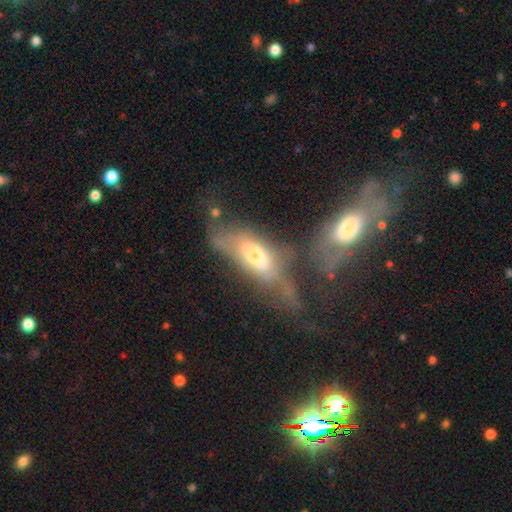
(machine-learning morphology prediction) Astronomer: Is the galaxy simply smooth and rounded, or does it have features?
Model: featured or disk — 55% (runner-up: smooth, 34%).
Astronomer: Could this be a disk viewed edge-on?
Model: no — 74%.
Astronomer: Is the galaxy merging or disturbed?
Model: merger — 37% (runner-up: major disturbance, 24%).